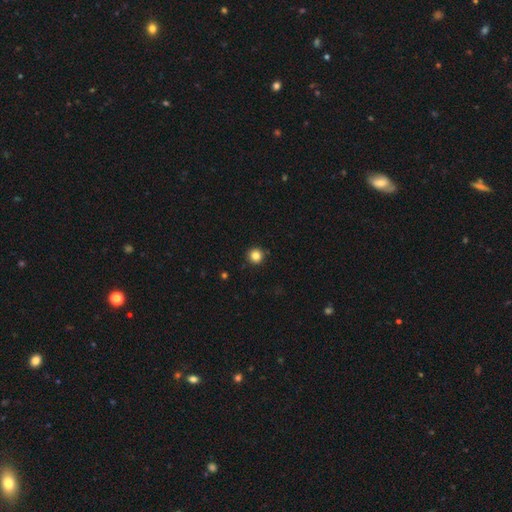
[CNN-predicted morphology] This is clearly a smooth galaxy (84%). How rounded: clearly round (96%). Merging: clearly none (92%).